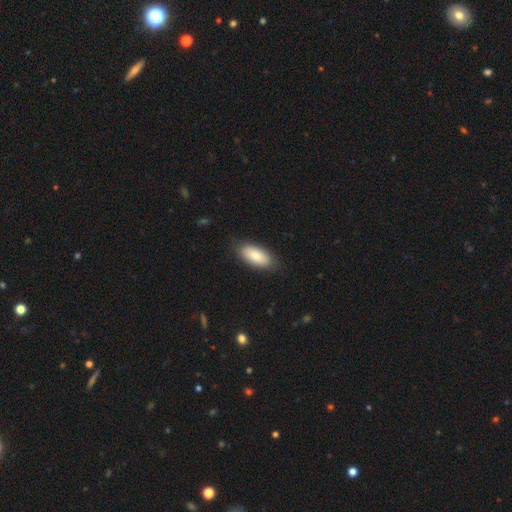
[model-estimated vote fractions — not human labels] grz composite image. It shows a smooth galaxy with no disk features (82%) that is in between round and cigar-shaped (88%). Merging: none (84%).